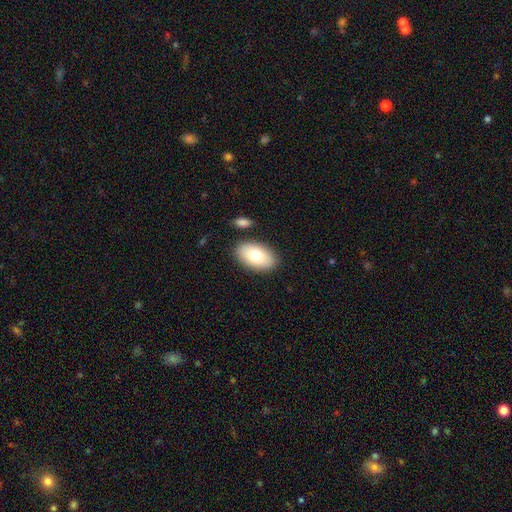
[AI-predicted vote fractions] smooth_or_featured: smooth (p=0.77) [alt: featured or disk p=0.16]
how_rounded: in between (p=0.93) [alt: round p=0.05]
merging: none (p=0.85) [alt: minor disturbance p=0.09]